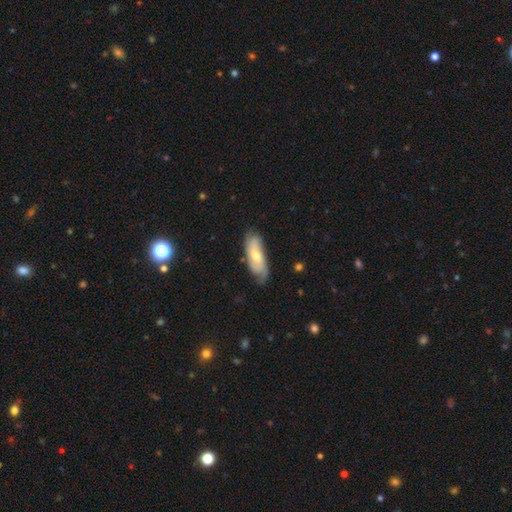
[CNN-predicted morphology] Overall: smooth (52%; featured or disk 42%). How rounded: in between (68%; cigar-shaped 29%). Merging: none (62%; minor disturbance 29%).